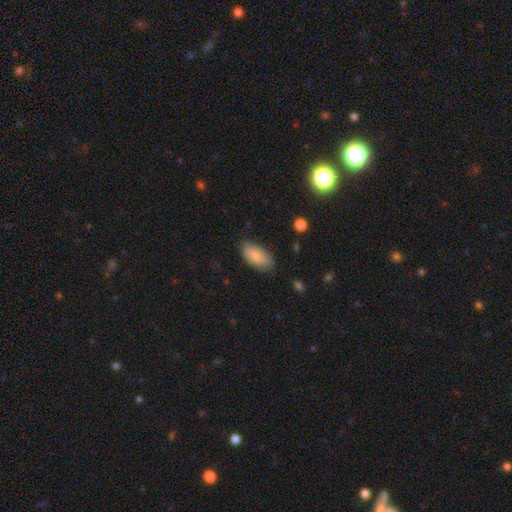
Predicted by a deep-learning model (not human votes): This is clearly a smooth galaxy (80%). How rounded: clearly in between (94%). Merging: likely none (78%).